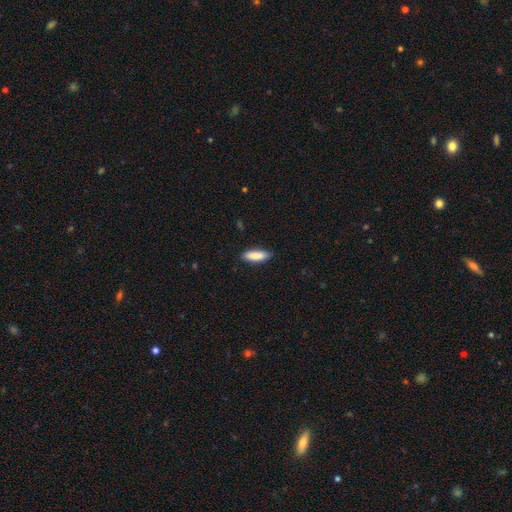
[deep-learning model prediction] The model was most divided on "how rounded": in between: 52%, cigar-shaped: 46%, round: 2%. More confident: smooth or featured — smooth (87%); merging — none (85%).